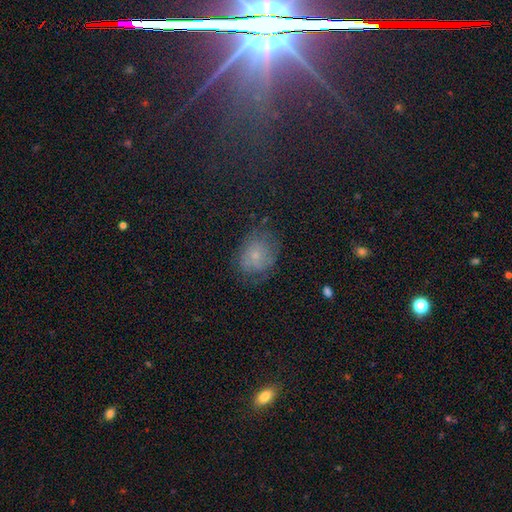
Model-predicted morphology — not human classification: smooth 56%, featured or disk 27%, star or artifact 17%. Down the decision tree: how rounded — in between (54%); merging — none (61%).